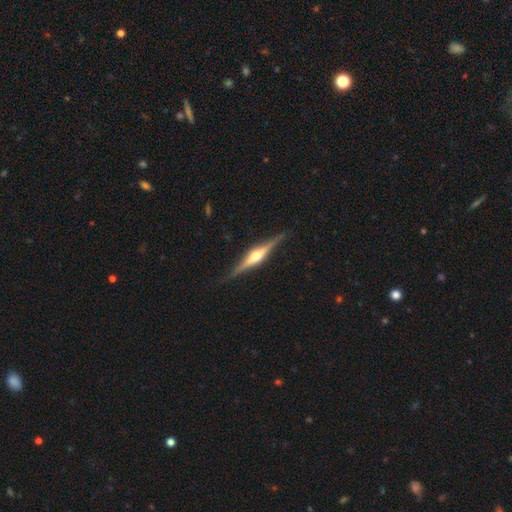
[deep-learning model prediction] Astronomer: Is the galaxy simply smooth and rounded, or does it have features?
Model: featured or disk — 83%.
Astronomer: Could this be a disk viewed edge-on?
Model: yes — 98%.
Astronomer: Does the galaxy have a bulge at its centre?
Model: rounded — 92%.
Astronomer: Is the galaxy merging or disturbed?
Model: none — 89%.